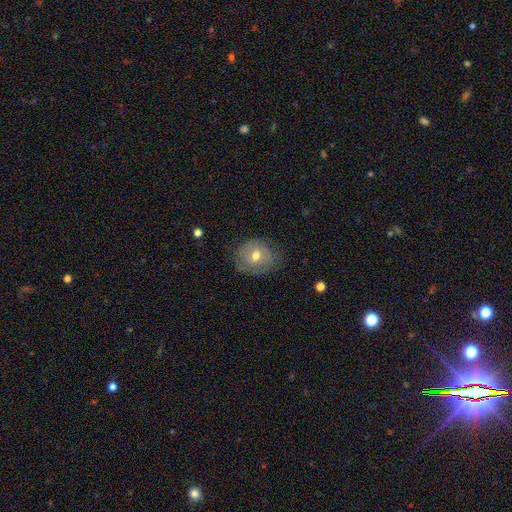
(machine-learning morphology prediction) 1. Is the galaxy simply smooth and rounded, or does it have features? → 57% smooth, 34% featured or disk, 10% star or artifact.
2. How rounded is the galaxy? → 70% round, 29% in between, 1% cigar-shaped.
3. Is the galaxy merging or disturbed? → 67% none, 24% minor disturbance, 8% major disturbance, 1% merger.